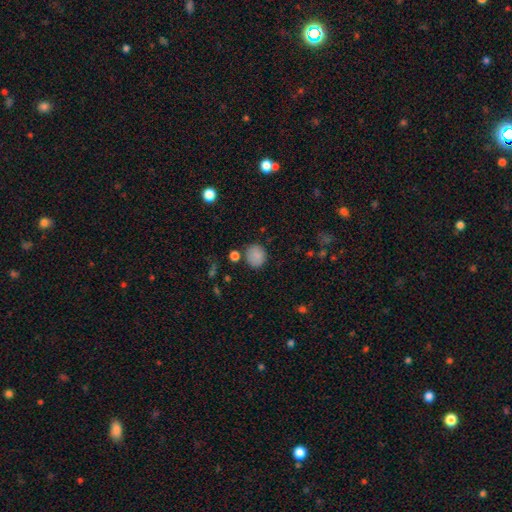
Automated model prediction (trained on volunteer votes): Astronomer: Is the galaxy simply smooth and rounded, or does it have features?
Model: smooth — 85%.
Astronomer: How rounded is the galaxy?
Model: round — 78%.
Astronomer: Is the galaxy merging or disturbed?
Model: none — 78%.